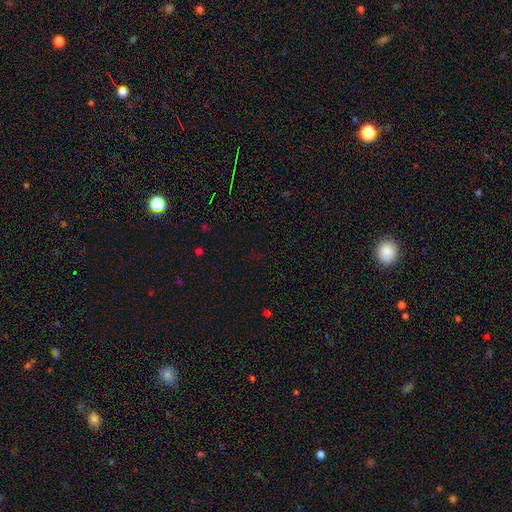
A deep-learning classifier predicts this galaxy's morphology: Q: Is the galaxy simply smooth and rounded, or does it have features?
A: star or artifact — 68%.